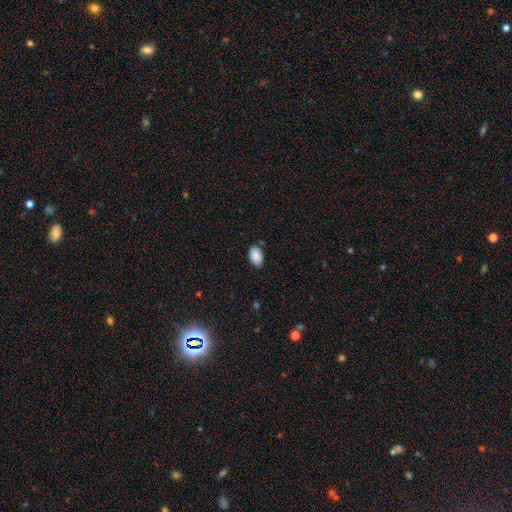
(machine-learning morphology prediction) Smooth or featured?
  - smooth: 90% *
  - star or artifact: 7%
  - featured or disk: 3%
How rounded?
  - in between: 93% *
  - round: 6%
  - cigar-shaped: 1%
Merging?
  - none: 82% *
  - minor disturbance: 14%
  - major disturbance: 2%
  - merger: 1%